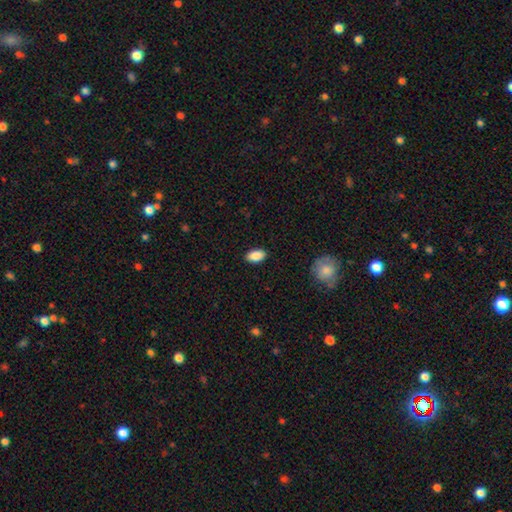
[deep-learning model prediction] Smooth or featured: smooth — 89% (star or artifact — 7%)
How rounded: in between — 92% (round — 6%)
Merging: none — 88% (minor disturbance — 9%)